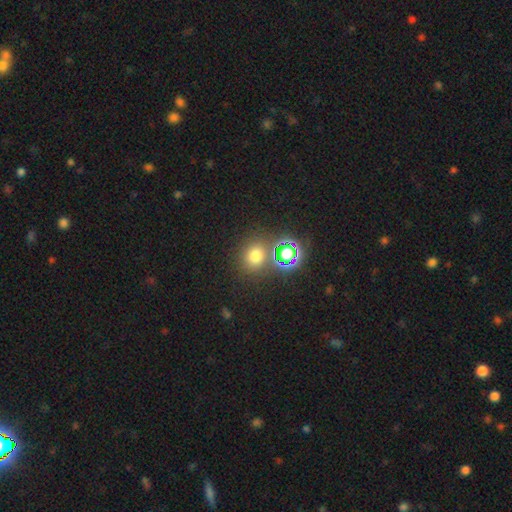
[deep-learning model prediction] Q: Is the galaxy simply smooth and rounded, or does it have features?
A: smooth — 65%.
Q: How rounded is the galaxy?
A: round — 77%.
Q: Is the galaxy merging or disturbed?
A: none — 79%.